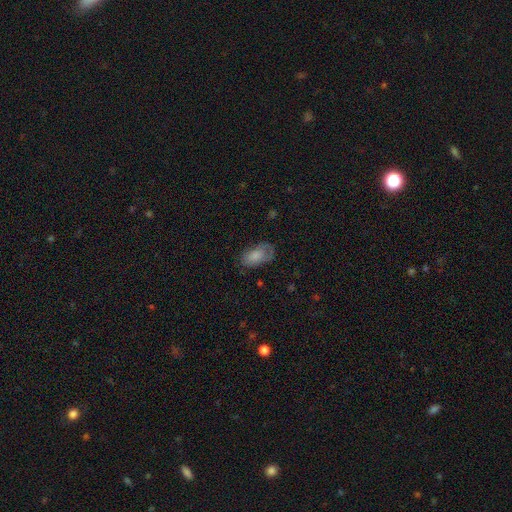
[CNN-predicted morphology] A smooth galaxy with no disk features (71%) that is in between round and cigar-shaped (93%).

Vote fractions:
- Smooth or featured? smooth: 71% / featured or disk: 21% / star or artifact: 8%
- How rounded? in between: 93% / round: 5% / cigar-shaped: 2%
- Merging? none: 58% / minor disturbance: 27% / major disturbance: 14% / merger: 2%